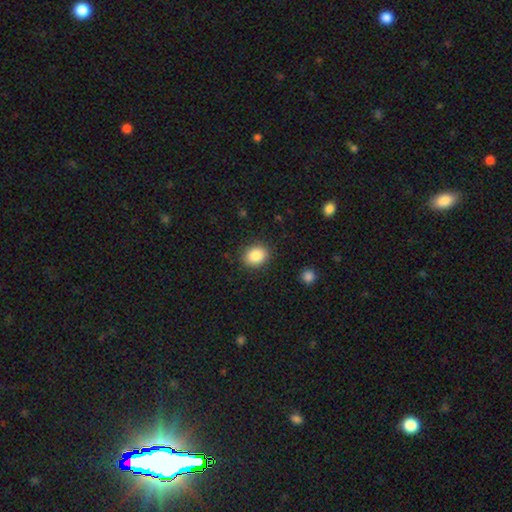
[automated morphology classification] smooth_or_featured: smooth (p=0.86) [alt: star or artifact p=0.08]
how_rounded: round (p=0.56) [alt: in between p=0.44]
merging: none (p=0.88) [alt: minor disturbance p=0.09]